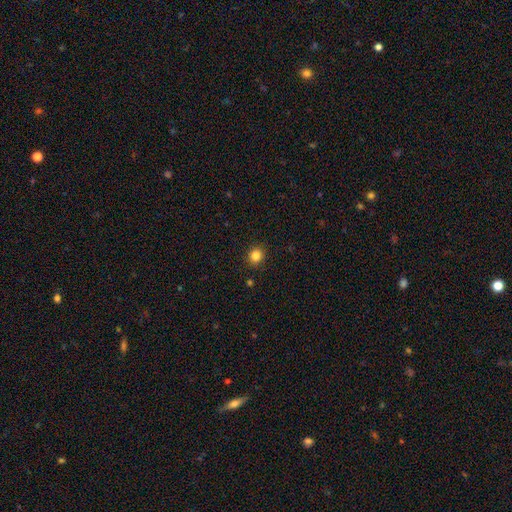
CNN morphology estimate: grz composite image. It shows a smooth galaxy with no disk features (84%) that is round (85%). Merging: none (91%).